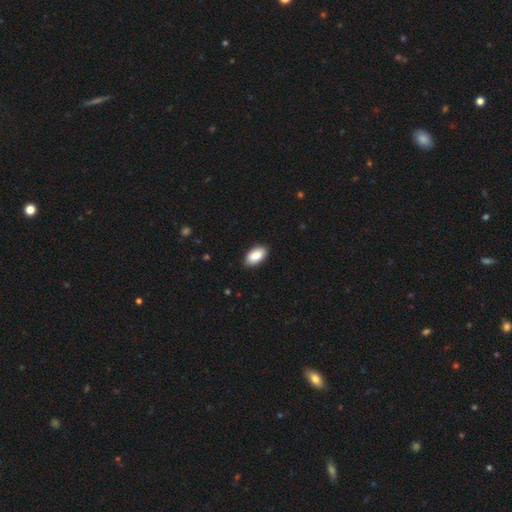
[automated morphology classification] smooth 89%, star or artifact 6%, featured or disk 5%. Down the decision tree: how rounded — in between (95%); merging — none (89%).